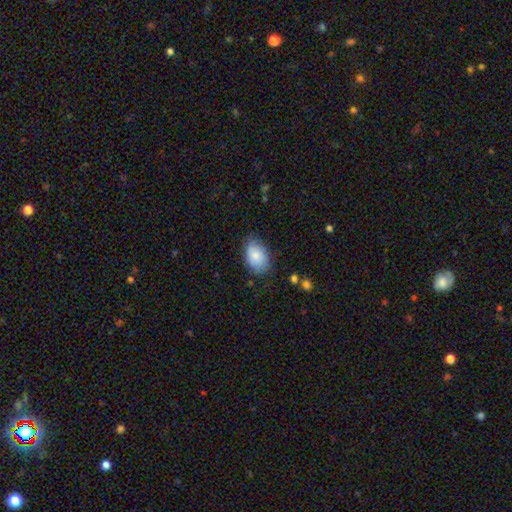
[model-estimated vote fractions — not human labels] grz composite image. It shows a smooth galaxy with no disk features (83%) that is in between round and cigar-shaped (86%). Merging: none (73%).